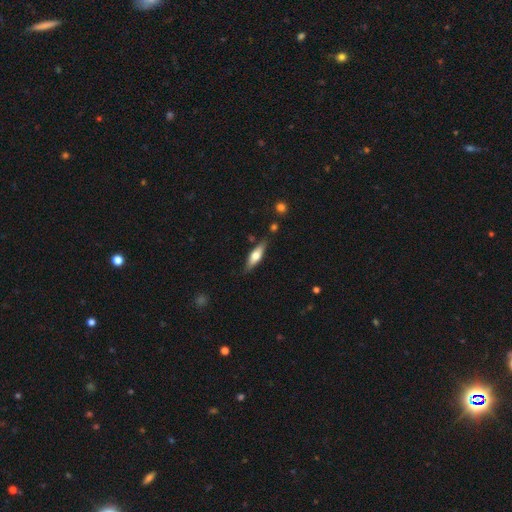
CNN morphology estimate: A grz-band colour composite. It shows a smooth galaxy with no disk features (49%). Merging: none (80%).